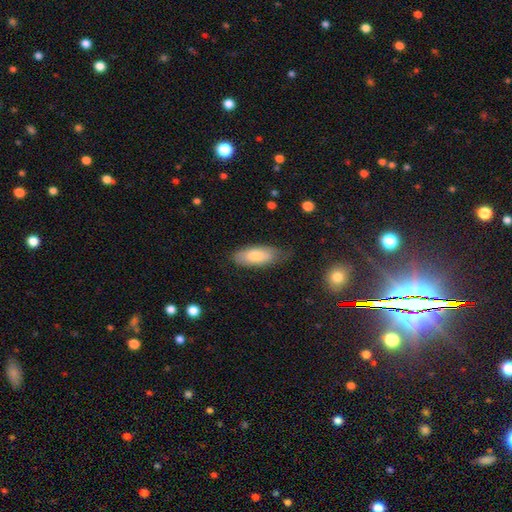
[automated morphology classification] Smooth or featured?
  - smooth: 79% *
  - featured or disk: 15%
  - star or artifact: 6%
How rounded?
  - in between: 82% *
  - cigar-shaped: 16%
  - round: 2%
Merging?
  - none: 66% *
  - minor disturbance: 26%
  - major disturbance: 6%
  - merger: 2%